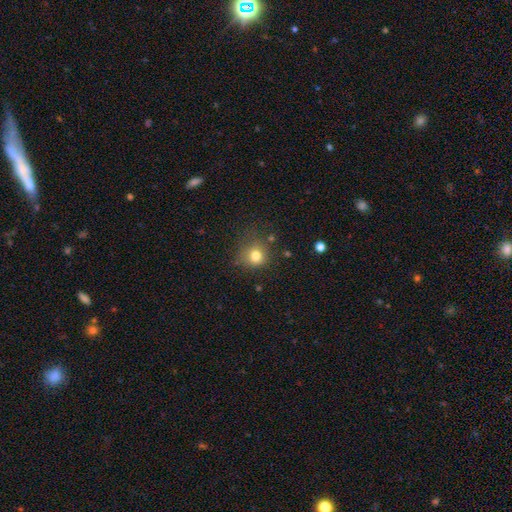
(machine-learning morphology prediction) A smooth galaxy with no disk features (77%) that is round (87%). Merging: none (72%).